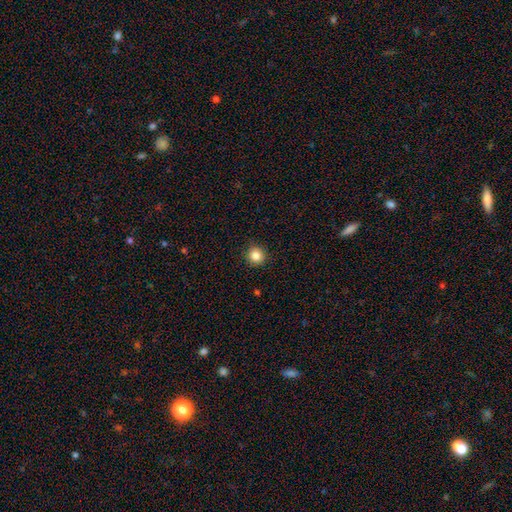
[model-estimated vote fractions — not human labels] A smooth galaxy with no disk features (85%) that is round (94%). Merging: none (92%).